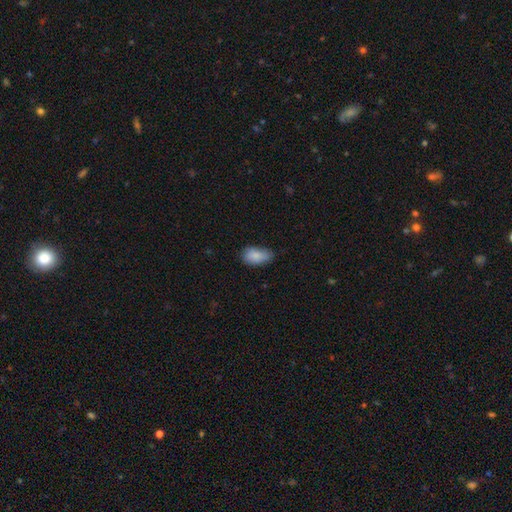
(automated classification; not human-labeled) smooth_or_featured: smooth (p=0.85) [alt: featured or disk p=0.08]
how_rounded: in between (p=0.92) [alt: round p=0.05]
merging: none (p=0.62) [alt: minor disturbance p=0.30]